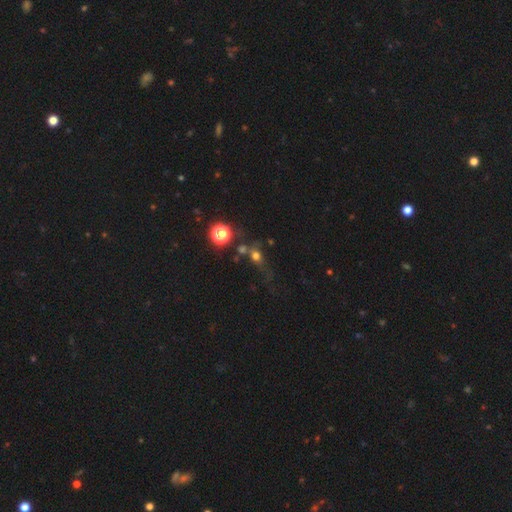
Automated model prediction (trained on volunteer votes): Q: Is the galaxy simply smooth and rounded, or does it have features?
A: smooth — 60%.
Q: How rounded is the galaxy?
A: round — 70%.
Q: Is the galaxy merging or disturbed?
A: none — 43%.